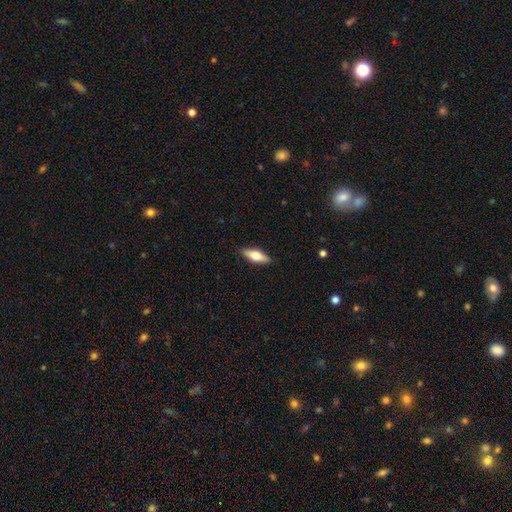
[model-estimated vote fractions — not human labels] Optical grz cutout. It shows a smooth galaxy with no disk features (58%) that is in between round and cigar-shaped (56%). Merging: none (88%).